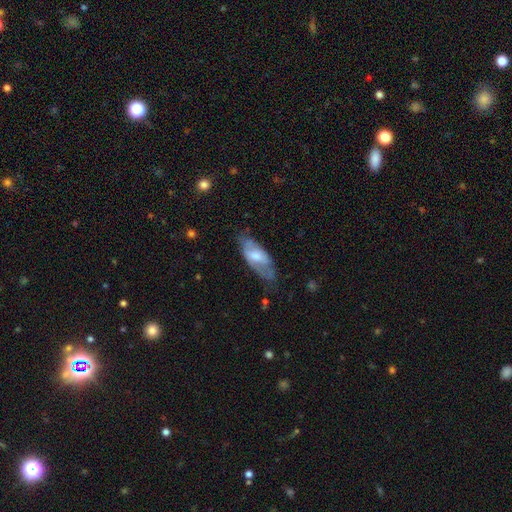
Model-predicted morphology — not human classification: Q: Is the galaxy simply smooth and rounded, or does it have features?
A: featured or disk — 48%.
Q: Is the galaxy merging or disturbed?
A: none — 57%.